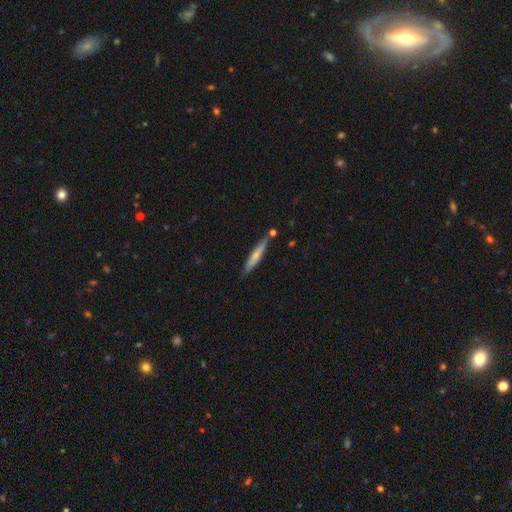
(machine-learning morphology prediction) type=smooth (61%); roundness=cigar-shaped (92%); merging=none (78%).